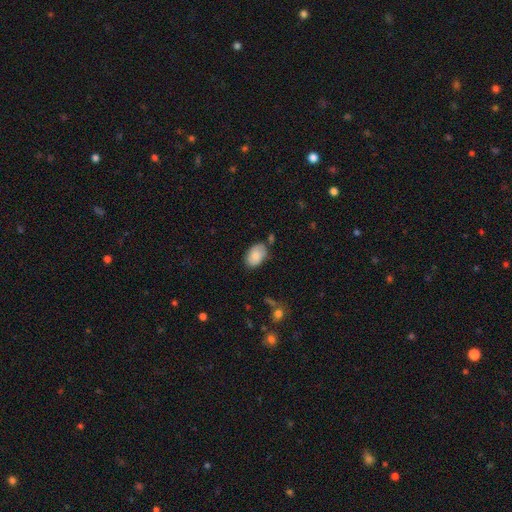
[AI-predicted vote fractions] A smooth galaxy with no disk features (84%) that is in between round and cigar-shaped (90%).

Vote fractions:
- Smooth or featured? smooth: 84% / featured or disk: 9% / star or artifact: 7%
- How rounded? in between: 90% / round: 9% / cigar-shaped: 1%
- Merging? none: 73% / minor disturbance: 19% / merger: 5% / major disturbance: 4%